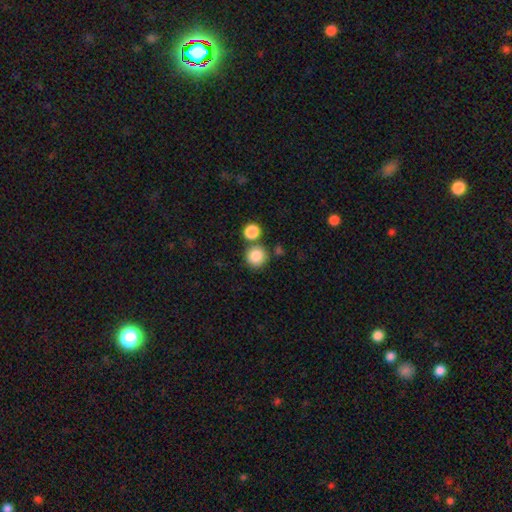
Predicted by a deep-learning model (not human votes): Smooth or featured? Predicted: smooth (p=0.85). How rounded? Predicted: round (p=0.92). Merging? Predicted: none (p=0.70).